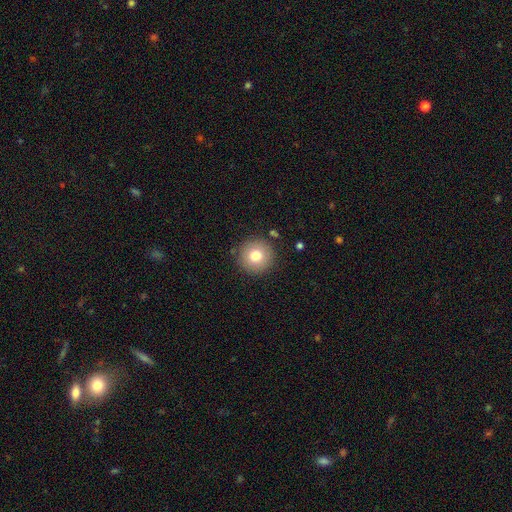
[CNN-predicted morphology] Smooth or featured: smooth — 77% (featured or disk — 13%)
How rounded: round — 96% (in between — 3%)
Merging: none — 88% (minor disturbance — 7%)